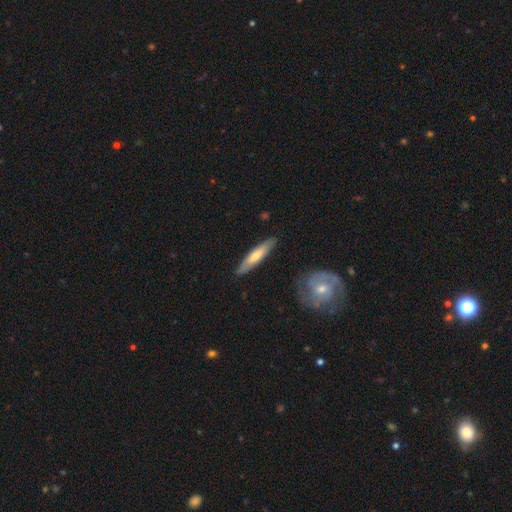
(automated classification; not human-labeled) smooth-or-featured: smooth: 61% | featured or disk: 34% | star or artifact: 5%
  how-rounded: cigar-shaped: 84% | in between: 15% | round: 1%
  merging: none: 85% | minor disturbance: 11% | major disturbance: 2% | merger: 2%